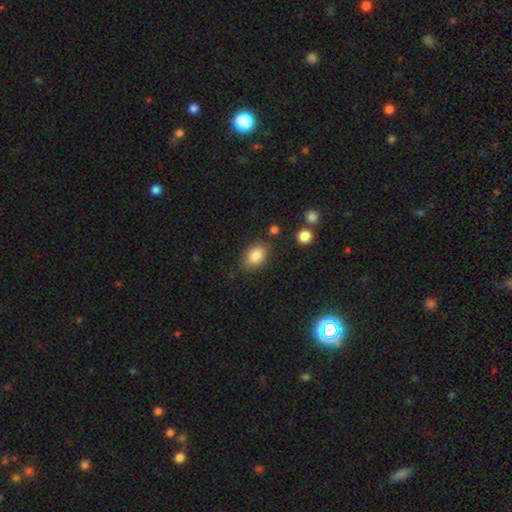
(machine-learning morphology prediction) This appears to be a smooth galaxy with no disk features (85%) that is in between round and cigar-shaped (86%). Merging: none (82%).